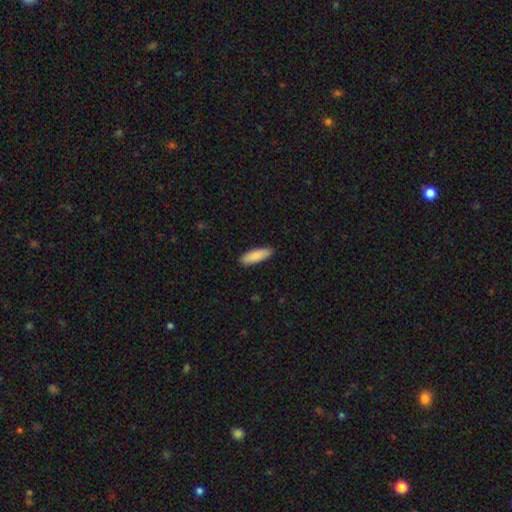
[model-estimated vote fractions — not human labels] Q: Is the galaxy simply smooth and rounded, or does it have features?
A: smooth — 88%.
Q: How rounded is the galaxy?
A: in between — 50%.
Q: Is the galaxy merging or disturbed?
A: none — 88%.